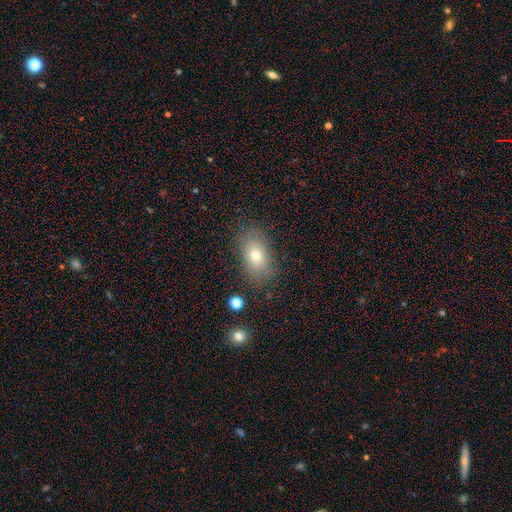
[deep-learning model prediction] Smooth or featured?
  - smooth: 73% *
  - featured or disk: 15%
  - star or artifact: 11%
How rounded?
  - in between: 84% *
  - round: 14%
  - cigar-shaped: 2%
Merging?
  - none: 81% *
  - minor disturbance: 13%
  - major disturbance: 5%
  - merger: 2%